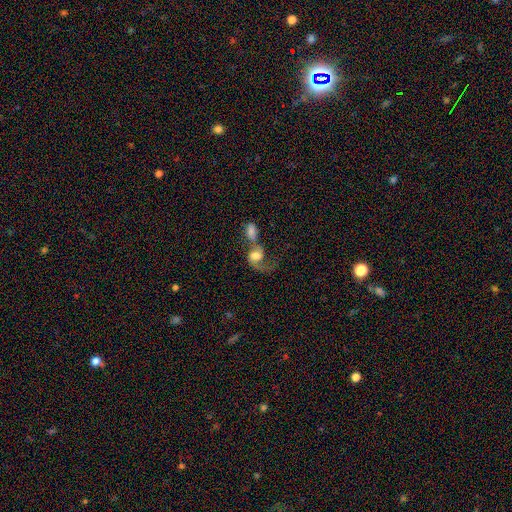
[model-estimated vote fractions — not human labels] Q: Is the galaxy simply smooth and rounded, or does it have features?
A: featured or disk — 48%.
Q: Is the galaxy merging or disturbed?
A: merger — 68%.